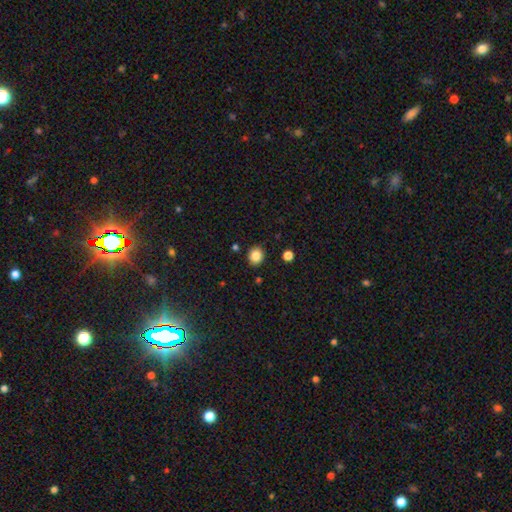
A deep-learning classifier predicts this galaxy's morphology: A smooth galaxy with no disk features (85%) that is round (72%).

Vote fractions:
- Smooth or featured? smooth: 85% / star or artifact: 10% / featured or disk: 5%
- How rounded? round: 72% / in between: 27% / cigar-shaped: 1%
- Merging? none: 89% / minor disturbance: 7% / merger: 2% / major disturbance: 2%